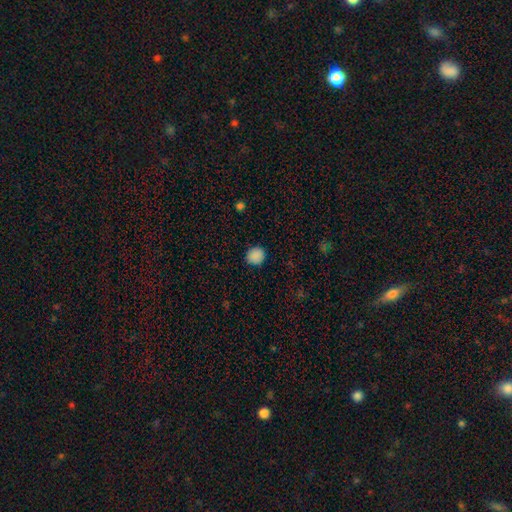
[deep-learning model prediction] smooth_or_featured: smooth (p=0.88) [alt: star or artifact p=0.09]
how_rounded: round (p=0.83) [alt: in between p=0.16]
merging: none (p=0.88) [alt: minor disturbance p=0.09]